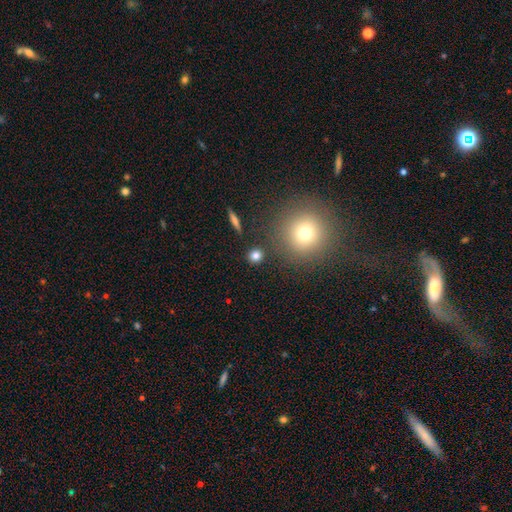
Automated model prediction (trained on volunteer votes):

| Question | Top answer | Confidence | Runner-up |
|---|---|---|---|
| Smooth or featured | smooth | 79% | star or artifact (14%) |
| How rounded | round | 89% | in between (9%) |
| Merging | none | 86% | minor disturbance (7%) |